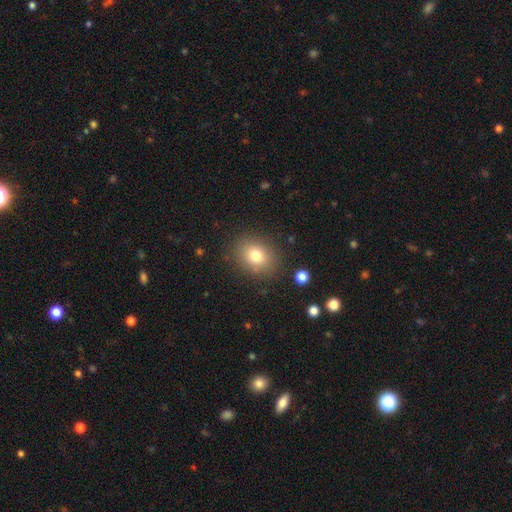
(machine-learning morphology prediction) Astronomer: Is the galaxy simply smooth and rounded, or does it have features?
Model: smooth — 78%.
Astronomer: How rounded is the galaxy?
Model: round — 55% (runner-up: in between, 44%).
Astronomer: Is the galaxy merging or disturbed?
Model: none — 85%.